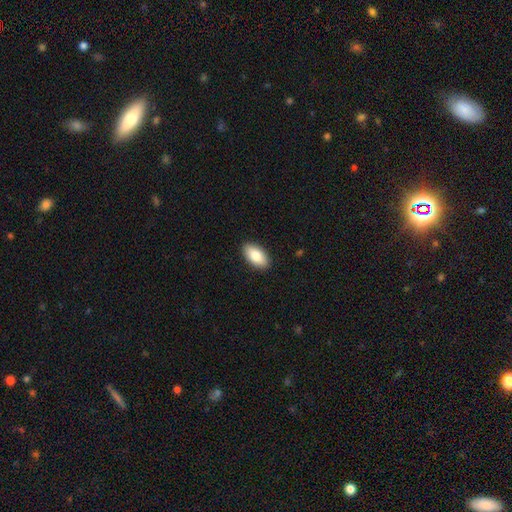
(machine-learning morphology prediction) smooth-or-featured: smooth: 83% | featured or disk: 11% | star or artifact: 6%
  how-rounded: in between: 94% | round: 3% | cigar-shaped: 3%
  merging: none: 90% | minor disturbance: 7% | major disturbance: 2% | merger: 1%